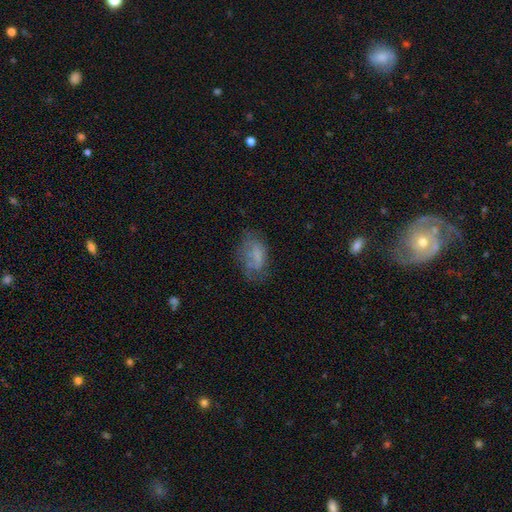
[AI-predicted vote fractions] smooth-or-featured: smooth: 58% | featured or disk: 30% | star or artifact: 12%
  how-rounded: in between: 88% | round: 9% | cigar-shaped: 3%
  merging: none: 45% | minor disturbance: 27% | major disturbance: 24% | merger: 4%